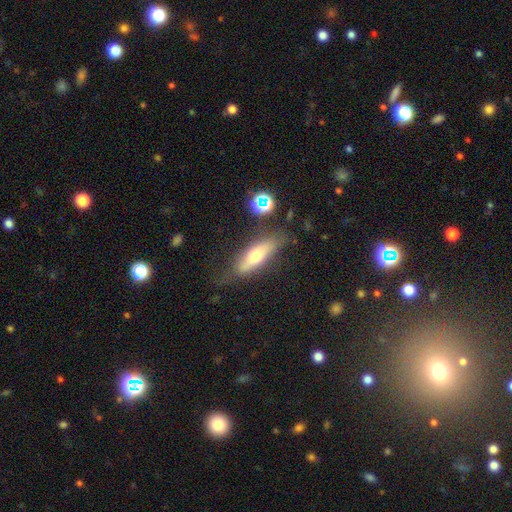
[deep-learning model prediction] Morphology: type=smooth (52%); roundness=cigar-shaped (54%); merging=none (64%).